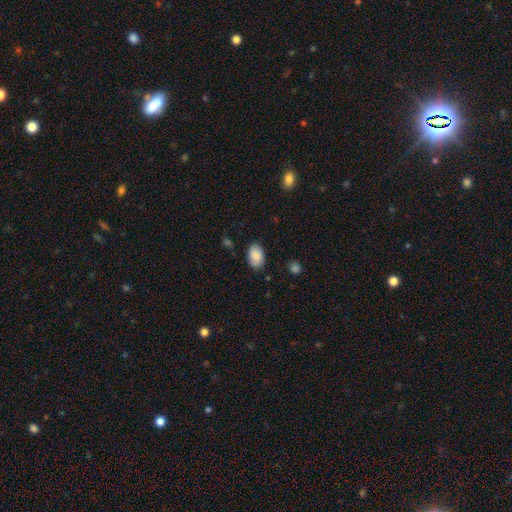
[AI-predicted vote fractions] Smooth or featured?
  - smooth: 85% *
  - featured or disk: 8%
  - star or artifact: 7%
How rounded?
  - in between: 90% *
  - round: 8%
  - cigar-shaped: 1%
Merging?
  - none: 81% *
  - minor disturbance: 14%
  - major disturbance: 3%
  - merger: 2%